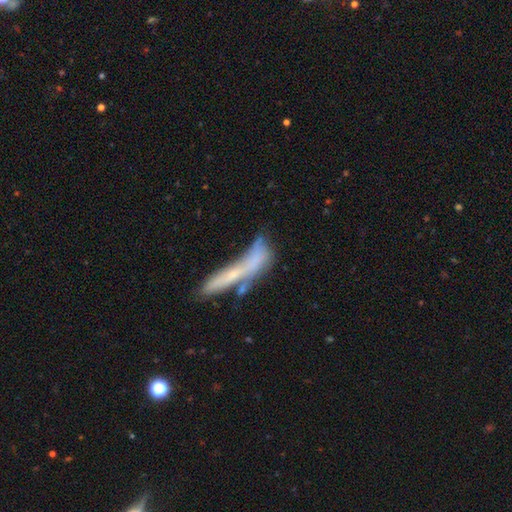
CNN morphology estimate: This appears to be a smooth galaxy with no disk features (54%) that is cigar-shaped (78%). Merging: merger (33%).